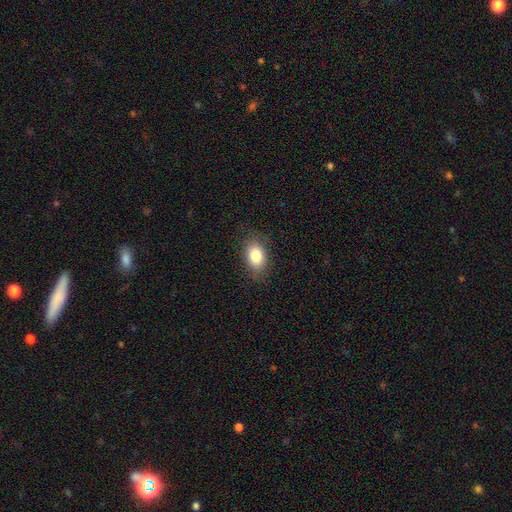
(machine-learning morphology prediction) Overall: smooth (83%). How rounded: in between (85%). Merging: none (84%).